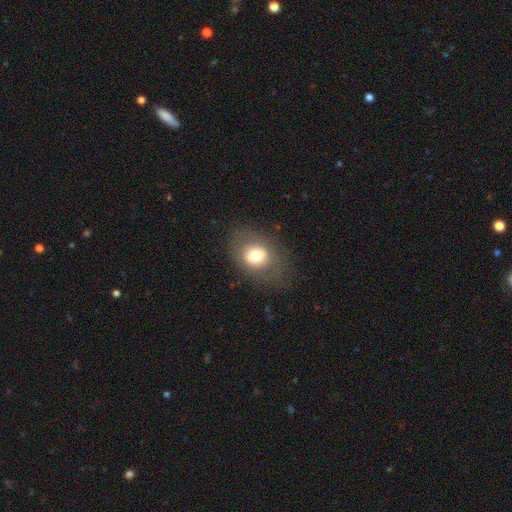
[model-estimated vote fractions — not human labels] Q: Smooth or featured?
A: smooth (70%); runner-up: featured or disk (20%)
Q: How rounded?
A: in between (57%); runner-up: round (42%)
Q: Merging?
A: none (75%); runner-up: minor disturbance (15%)